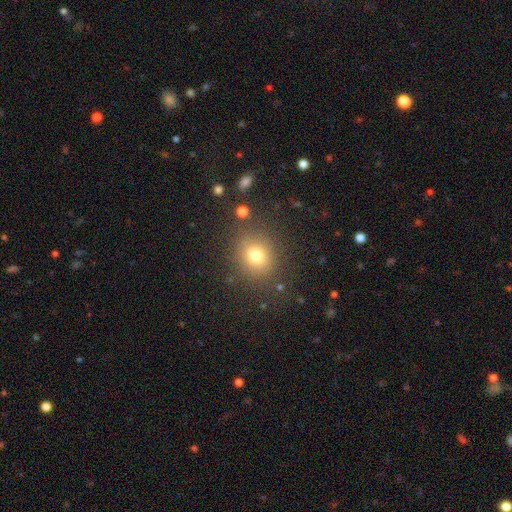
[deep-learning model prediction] Overall: smooth (75%). How rounded: round (75%). Merging: none (83%).